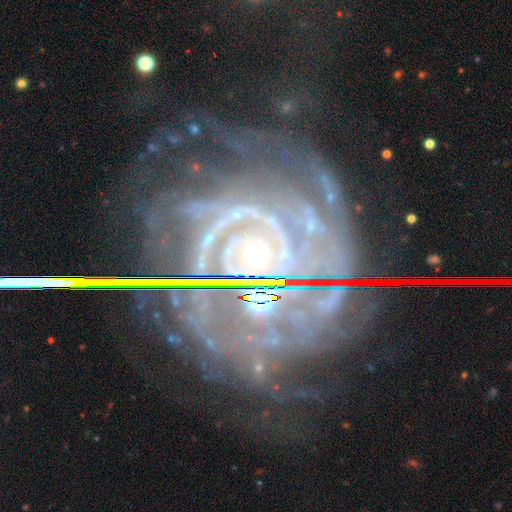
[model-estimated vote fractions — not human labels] Overall: featured or disk (88%). Edge-on disk: no (97%). Bar: no (72%). Spiral arms: yes (96%). Spiral arm count: can't tell (25%; 2 20%). Spiral winding: tight (74%). Bulge size: small (55%; moderate 37%). Merging: none (55%; minor disturbance 21%).